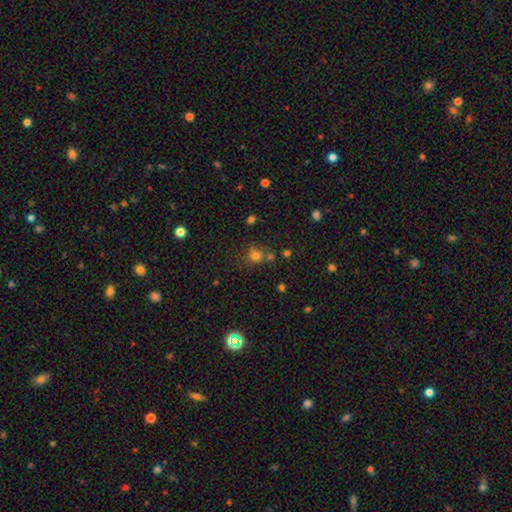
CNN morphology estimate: Q: Smooth or featured?
A: smooth (70%); runner-up: star or artifact (22%)
Q: How rounded?
A: round (84%); runner-up: in between (15%)
Q: Merging?
A: none (61%); runner-up: merger (21%)